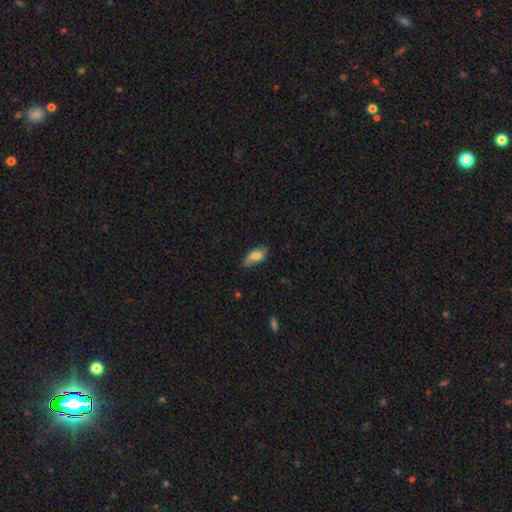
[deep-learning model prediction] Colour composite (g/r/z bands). It shows a smooth galaxy with no disk features (73%) that is in between round and cigar-shaped (87%). Merging: none (61%).